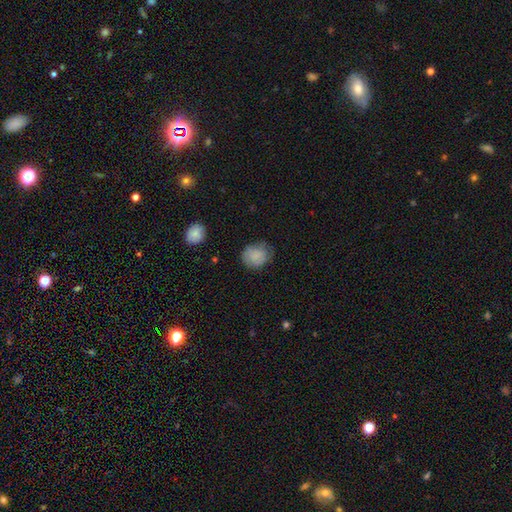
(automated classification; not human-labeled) smooth-or-featured: smooth: 78% | featured or disk: 14% | star or artifact: 8%
  how-rounded: round: 66% | in between: 33% | cigar-shaped: 1%
  merging: none: 69% | minor disturbance: 23% | major disturbance: 7% | merger: 1%